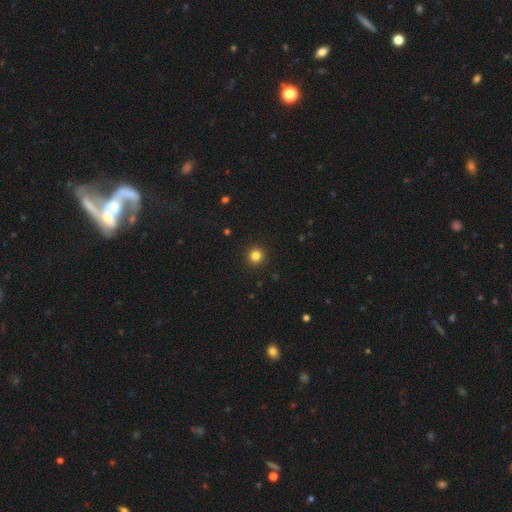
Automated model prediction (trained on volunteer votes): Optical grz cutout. It shows a smooth galaxy with no disk features (82%) that is round (95%). Merging: none (93%).